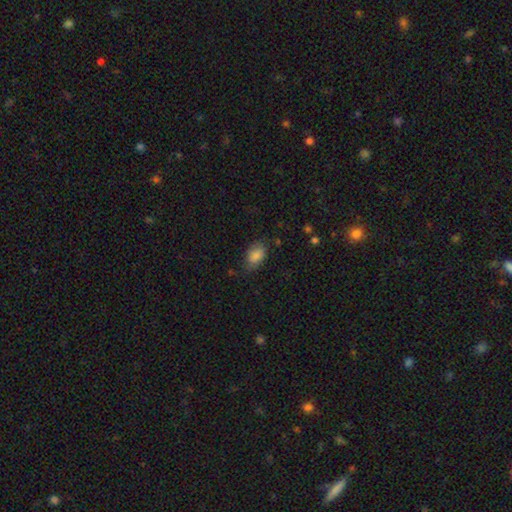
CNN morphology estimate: This is clearly a smooth galaxy (84%). How rounded: clearly in between (89%). Merging: likely none (67%).